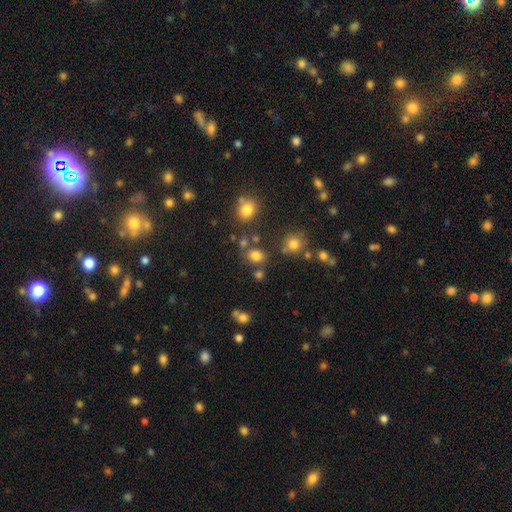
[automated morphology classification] A smooth galaxy with no disk features (77%) that is round (60%). Merging: none (70%).